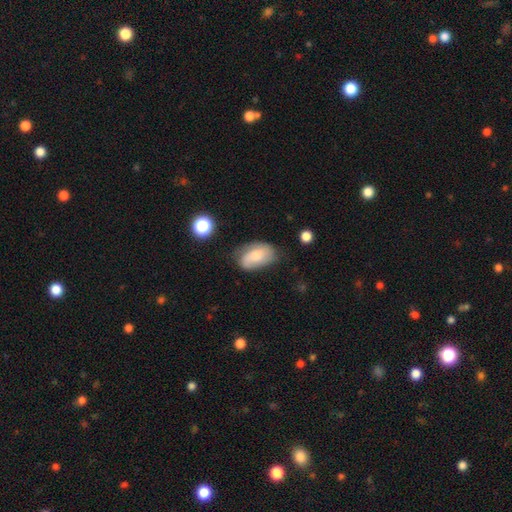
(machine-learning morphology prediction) A smooth galaxy with no disk features (56%) that is in between round and cigar-shaped (88%).

Vote fractions:
- Smooth or featured? smooth: 56% / featured or disk: 36% / star or artifact: 8%
- How rounded? in between: 88% / round: 10% / cigar-shaped: 2%
- Merging? none: 54% / minor disturbance: 32% / major disturbance: 11% / merger: 3%